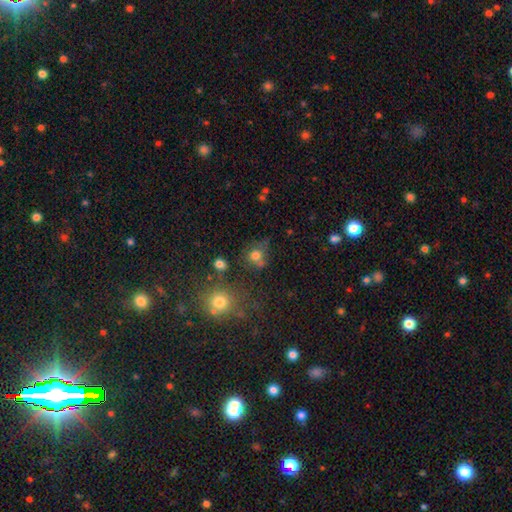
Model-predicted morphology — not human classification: Smooth or featured? Predicted: smooth (p=0.73). How rounded? Predicted: round (p=0.77). Merging? Predicted: none (p=0.52).